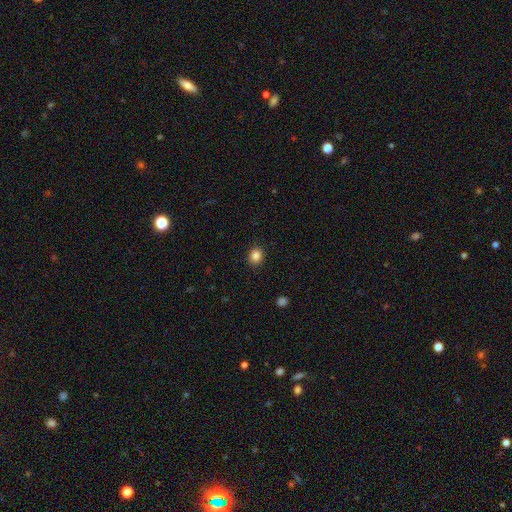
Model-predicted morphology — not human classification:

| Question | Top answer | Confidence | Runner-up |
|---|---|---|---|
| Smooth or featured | smooth | 85% | star or artifact (11%) |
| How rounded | round | 69% | in between (30%) |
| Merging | none | 90% | minor disturbance (7%) |